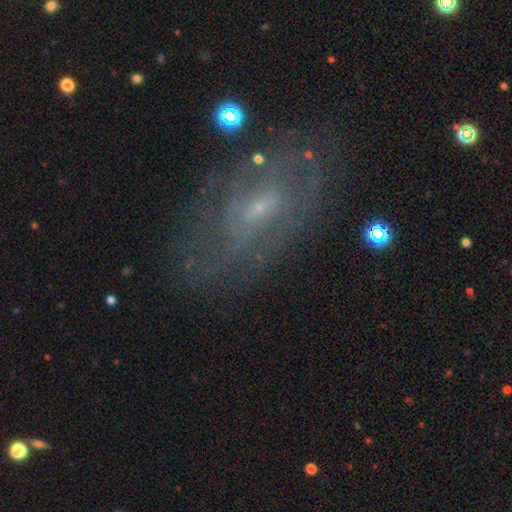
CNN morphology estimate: smooth_or_featured: featured or disk (p=0.73) [alt: smooth p=0.18]
disk_edge_on: no (p=0.93) [alt: yes p=0.07]
bar: weak (p=0.46) [alt: no p=0.45]
has_spiral_arms: yes (p=0.74) [alt: no p=0.26]
spiral_winding: tight (p=0.55) [alt: medium p=0.32]
spiral_arm_count: can't tell (p=0.60) [alt: 2 p=0.20]
bulge_size: small (p=0.72) [alt: moderate p=0.20]
merging: none (p=0.75) [alt: minor disturbance p=0.16]